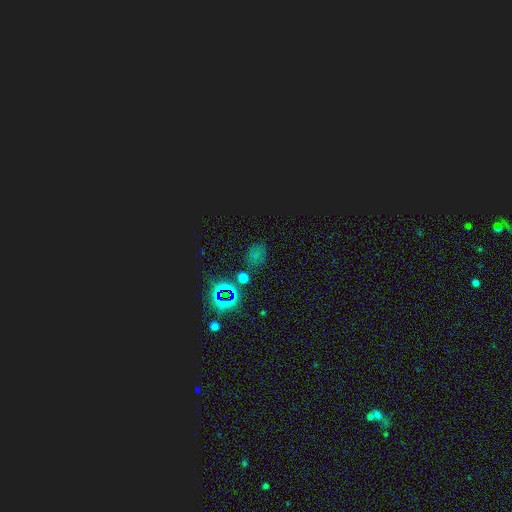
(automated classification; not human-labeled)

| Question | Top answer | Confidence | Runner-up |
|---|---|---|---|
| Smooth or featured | star or artifact | 65% | smooth (27%) |